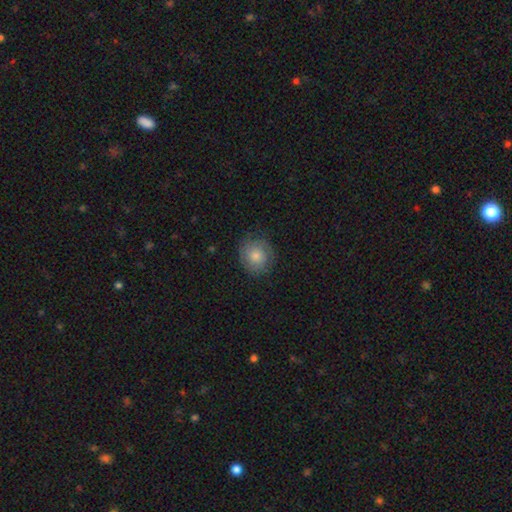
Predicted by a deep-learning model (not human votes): Smooth or featured?
  - smooth: 70% *
  - featured or disk: 21%
  - star or artifact: 9%
How rounded?
  - round: 85% *
  - in between: 14%
  - cigar-shaped: 1%
Merging?
  - none: 80% *
  - minor disturbance: 15%
  - major disturbance: 4%
  - merger: 1%